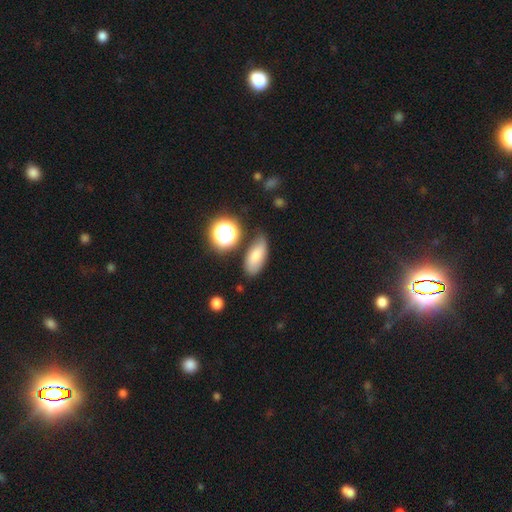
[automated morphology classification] smooth-or-featured: smooth: 72% | featured or disk: 17% | star or artifact: 11%
  how-rounded: in between: 83% | cigar-shaped: 9% | round: 8%
  merging: none: 65% | minor disturbance: 23% | major disturbance: 6% | merger: 6%